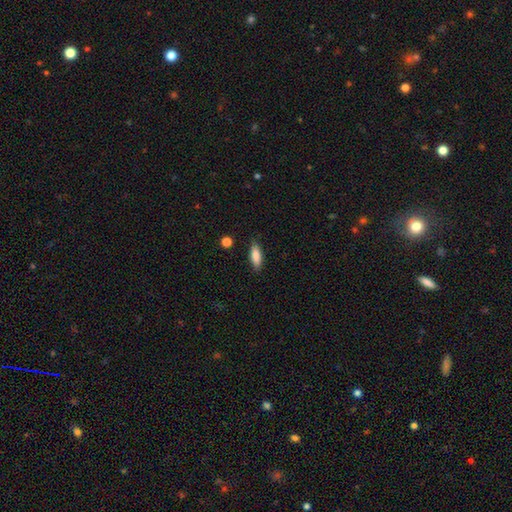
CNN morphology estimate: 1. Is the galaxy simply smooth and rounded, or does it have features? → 84% smooth, 9% featured or disk, 7% star or artifact.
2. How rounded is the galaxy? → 62% in between, 36% cigar-shaped, 2% round.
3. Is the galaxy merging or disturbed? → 85% none, 11% minor disturbance, 2% major disturbance, 2% merger.